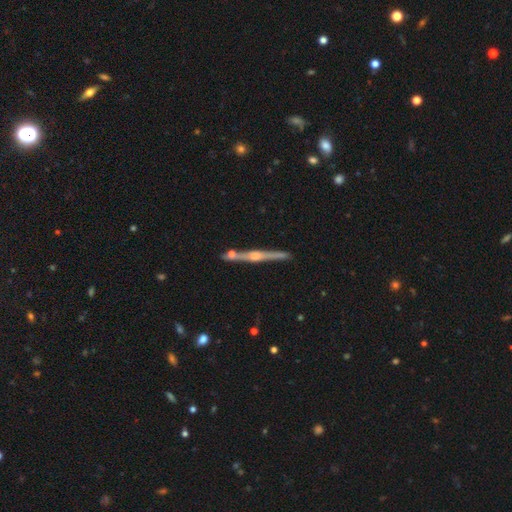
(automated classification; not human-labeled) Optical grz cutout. It shows a featured or disk galaxy (82%) viewed edge-on (98%) with a rounded central bulge (84%). Merging: none (83%).